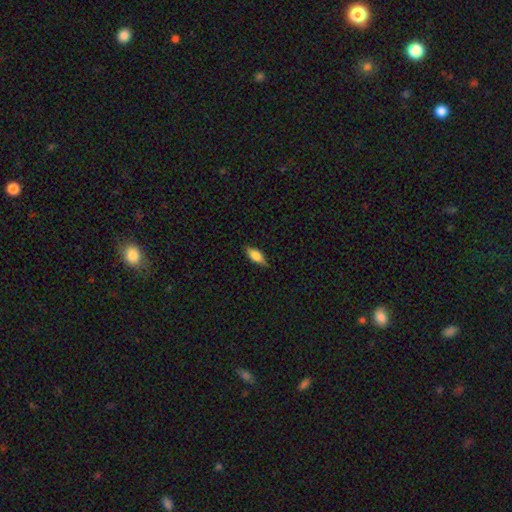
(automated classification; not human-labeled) The model was most divided on "smooth or featured": smooth: 71%, featured or disk: 22%, star or artifact: 7%. More confident: merging — none (81%); how rounded — in between (78%).